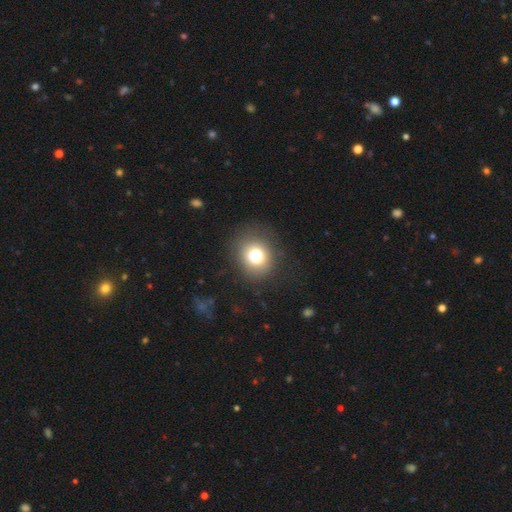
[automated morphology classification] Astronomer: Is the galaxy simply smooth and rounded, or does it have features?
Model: smooth — 77%.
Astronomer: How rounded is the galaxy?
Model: round — 73%.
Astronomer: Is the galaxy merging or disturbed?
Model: none — 83%.